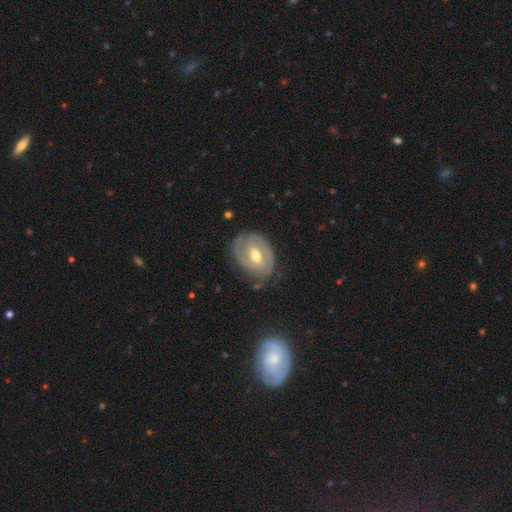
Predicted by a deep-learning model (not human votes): A featured or disk galaxy (80%) with a weak bar (52%), 2 (64%) tight (62%) spiral arms (87%) and a moderate central bulge (68%). Merging: none (74%).